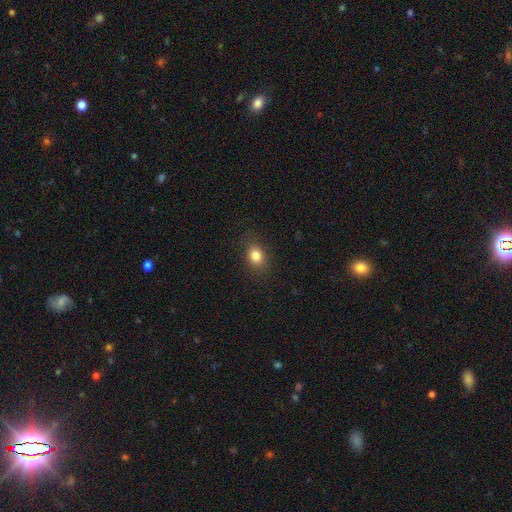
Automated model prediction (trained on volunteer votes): Q: Smooth or featured?
A: smooth (82%); runner-up: star or artifact (11%)
Q: How rounded?
A: in between (57%); runner-up: round (41%)
Q: Merging?
A: none (85%); runner-up: minor disturbance (11%)